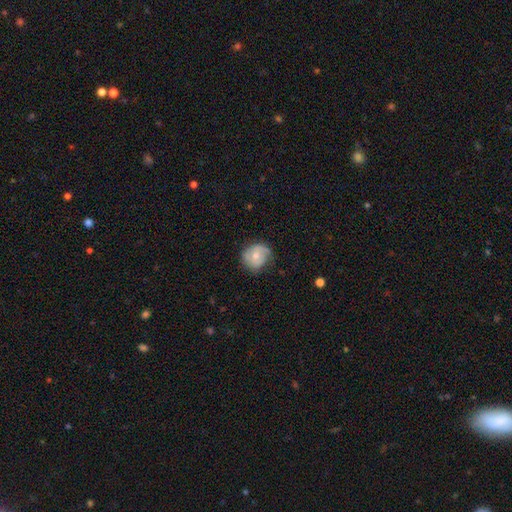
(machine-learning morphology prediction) Q: Smooth or featured?
A: smooth (57%); runner-up: featured or disk (36%)
Q: How rounded?
A: round (79%); runner-up: in between (20%)
Q: Merging?
A: none (63%); runner-up: minor disturbance (28%)